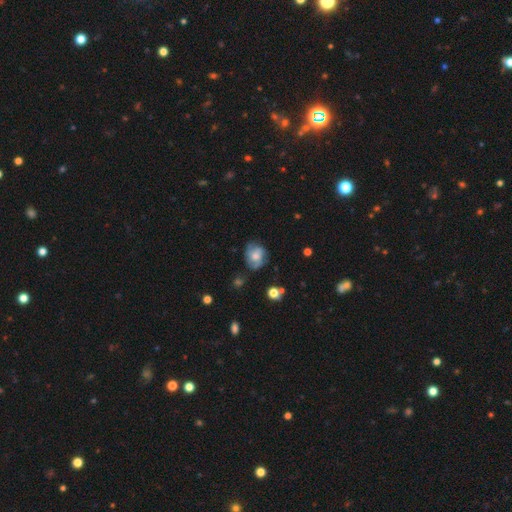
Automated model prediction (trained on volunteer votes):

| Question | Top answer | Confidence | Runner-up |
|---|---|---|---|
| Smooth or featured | smooth | 46% | featured or disk (44%) |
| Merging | none | 59% | minor disturbance (26%) |